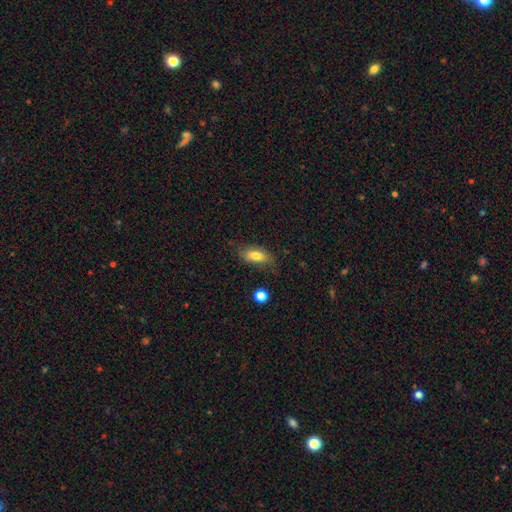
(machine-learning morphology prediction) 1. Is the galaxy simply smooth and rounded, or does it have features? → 74% smooth, 18% featured or disk, 8% star or artifact.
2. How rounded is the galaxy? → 82% in between, 14% cigar-shaped, 4% round.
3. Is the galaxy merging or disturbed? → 72% none, 20% minor disturbance, 6% major disturbance, 2% merger.